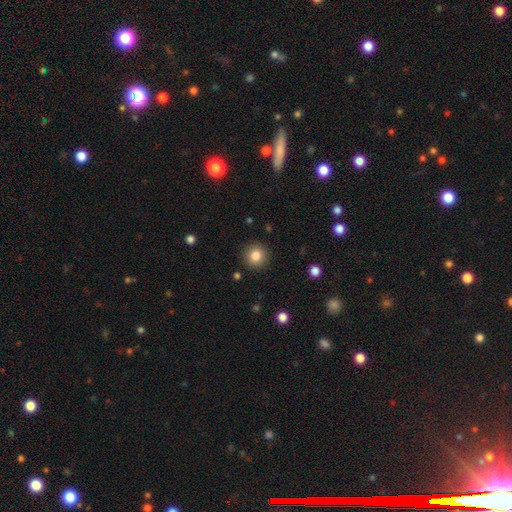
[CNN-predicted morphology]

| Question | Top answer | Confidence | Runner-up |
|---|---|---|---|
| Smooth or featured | smooth | 84% | star or artifact (10%) |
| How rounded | round | 93% | in between (6%) |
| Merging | none | 91% | minor disturbance (6%) |